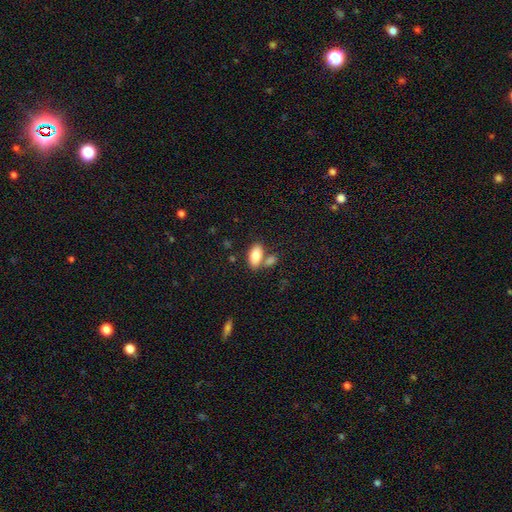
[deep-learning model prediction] Morphology: type=smooth (82%); roundness=in between (92%); merging=none (59%).